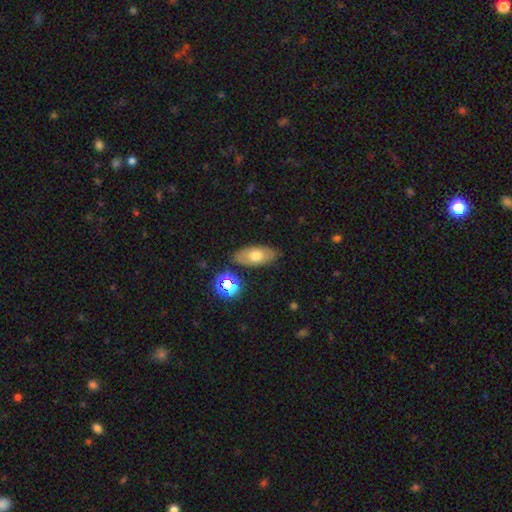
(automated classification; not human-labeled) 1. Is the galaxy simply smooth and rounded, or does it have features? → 64% smooth, 26% featured or disk, 10% star or artifact.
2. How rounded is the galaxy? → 88% in between, 7% round, 6% cigar-shaped.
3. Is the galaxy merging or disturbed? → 83% none, 11% minor disturbance, 3% merger, 3% major disturbance.